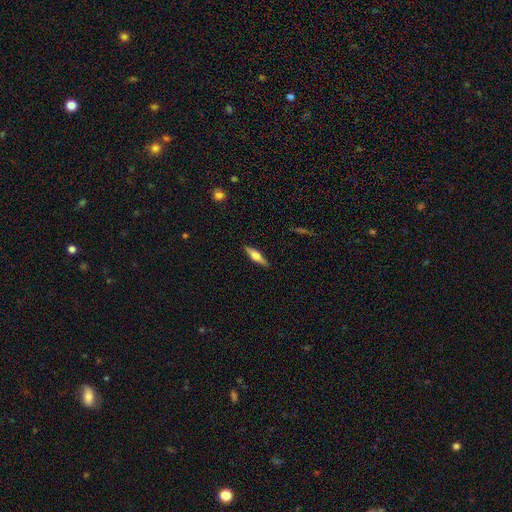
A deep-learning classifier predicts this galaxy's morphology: Overall: featured or disk (57%; smooth 37%). Edge-on disk: yes (95%). Edge-on bulge: rounded (92%). Merging: none (90%).